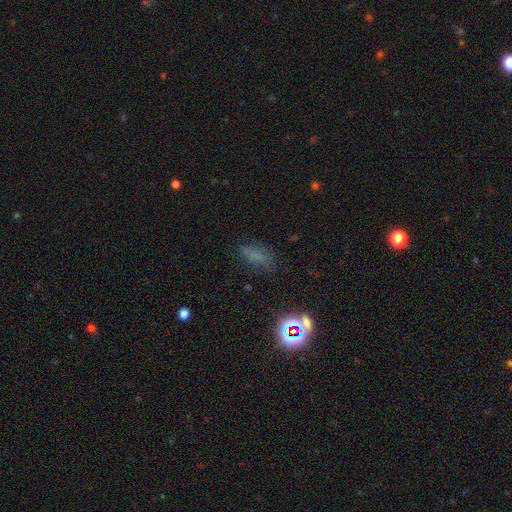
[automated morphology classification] Smooth or featured? smooth (57%)
How rounded? in between (75%)
Merging? none (66%)